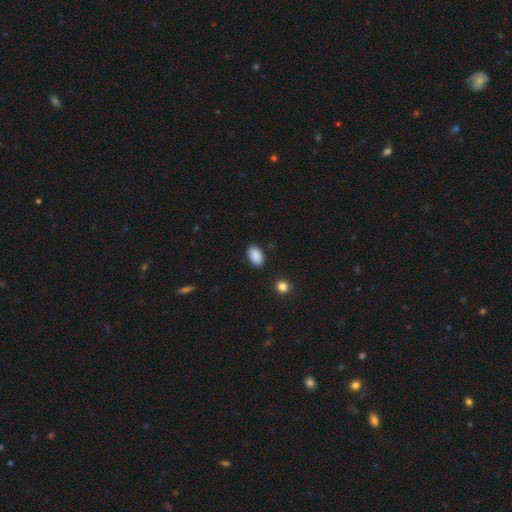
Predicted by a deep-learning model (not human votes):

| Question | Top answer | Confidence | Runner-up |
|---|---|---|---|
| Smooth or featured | smooth | 89% | star or artifact (8%) |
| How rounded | in between | 90% | round (9%) |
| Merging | none | 87% | minor disturbance (9%) |